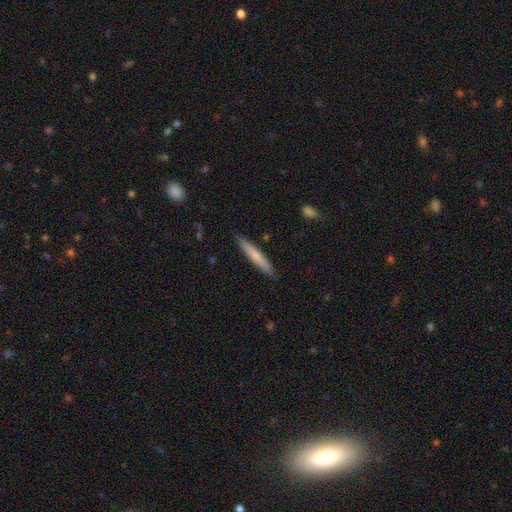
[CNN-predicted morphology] smooth_or_featured: smooth (p=0.68) [alt: featured or disk p=0.27]
how_rounded: cigar-shaped (p=0.94) [alt: in between p=0.04]
merging: none (p=0.89) [alt: minor disturbance p=0.08]